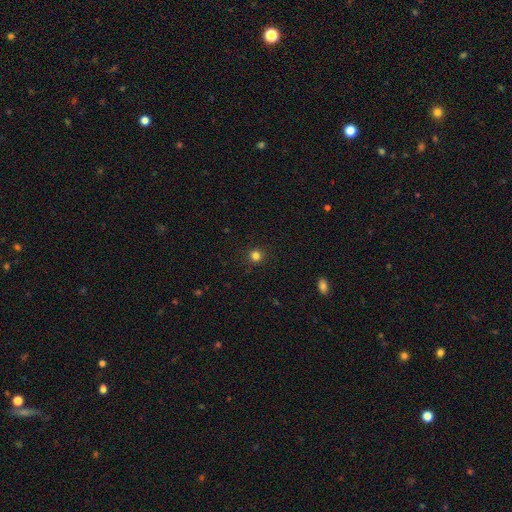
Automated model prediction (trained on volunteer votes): This is clearly a smooth galaxy (81%). How rounded: clearly round (94%). Merging: clearly none (91%).